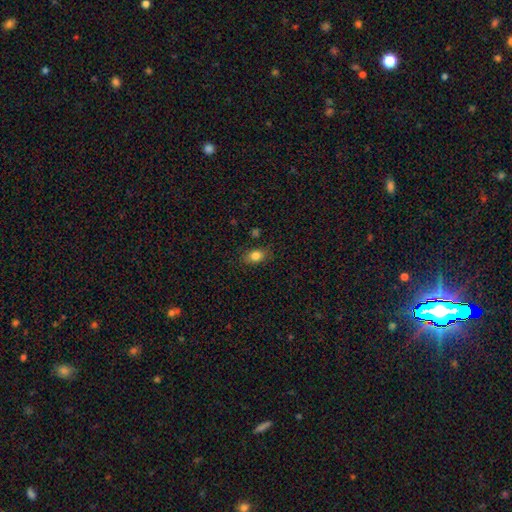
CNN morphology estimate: smooth-or-featured: smooth: 83% | star or artifact: 10% | featured or disk: 7%
  how-rounded: in between: 77% | round: 21% | cigar-shaped: 2%
  merging: none: 81% | minor disturbance: 13% | major disturbance: 3% | merger: 2%